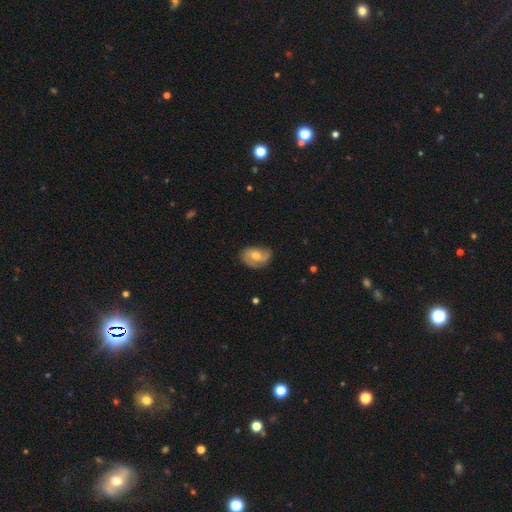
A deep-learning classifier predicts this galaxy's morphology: Overall: featured or disk (63%; smooth 29%). Edge-on disk: no (96%). Bar: no (55%; weak 37%). Spiral arms: yes (88%). Spiral arm count: 2 (69%). Spiral winding: medium (42%; tight 30%). Bulge size: moderate (65%; small 27%). Merging: none (69%).